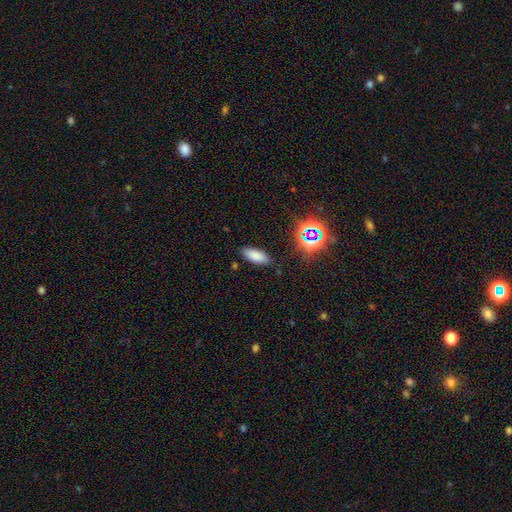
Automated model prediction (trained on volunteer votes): smooth 78%, star or artifact 14%, featured or disk 8%. Down the decision tree: how rounded — in between (75%); merging — none (85%).